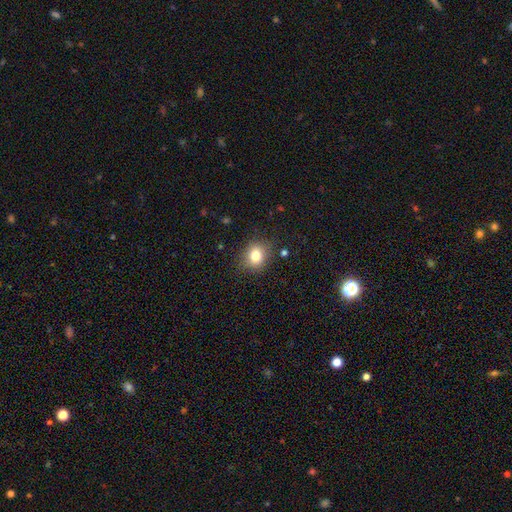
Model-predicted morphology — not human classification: Smooth or featured: smooth — 79% (star or artifact — 12%)
How rounded: round — 65% (in between — 34%)
Merging: none — 83% (minor disturbance — 12%)